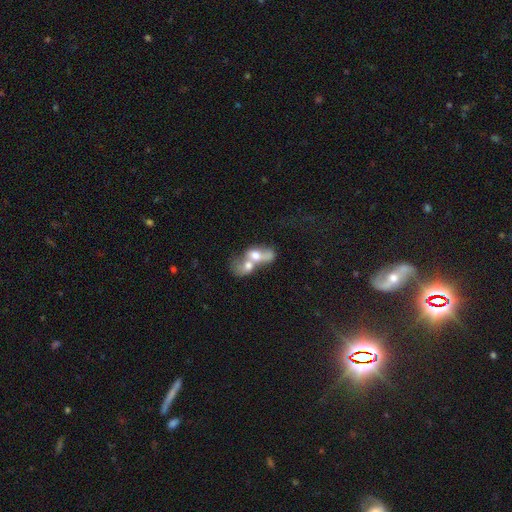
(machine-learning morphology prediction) This appears to be a smooth galaxy with no disk features (55%) that is in between round and cigar-shaped (69%). Merging: merger (82%).